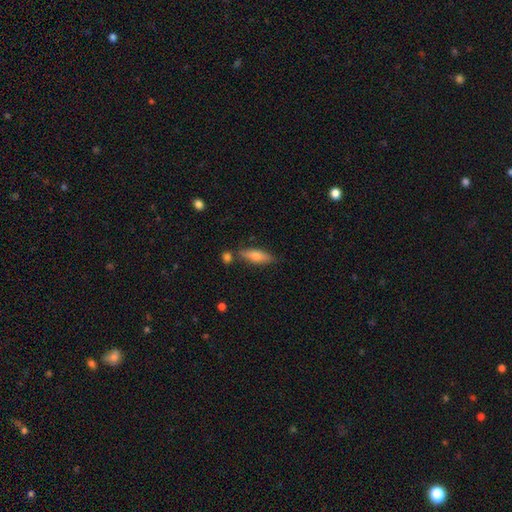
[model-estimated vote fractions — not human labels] A smooth galaxy with no disk features (70%) that is cigar-shaped (50%).

Vote fractions:
- Smooth or featured? smooth: 70% / featured or disk: 22% / star or artifact: 8%
- How rounded? cigar-shaped: 50% / in between: 47% / round: 2%
- Merging? none: 75% / minor disturbance: 14% / merger: 8% / major disturbance: 3%